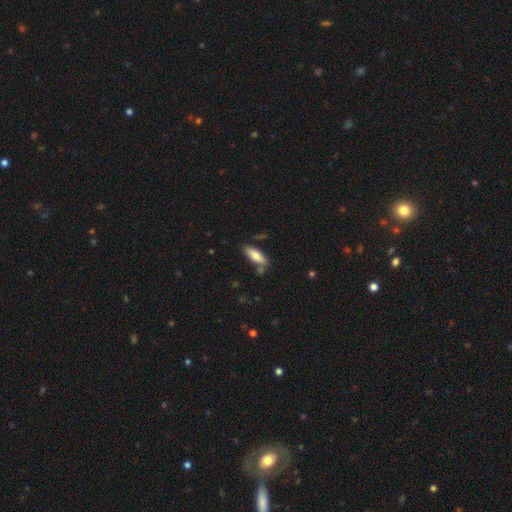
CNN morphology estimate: smooth-or-featured: smooth: 77% | featured or disk: 17% | star or artifact: 6%
  how-rounded: in between: 61% | cigar-shaped: 37% | round: 2%
  merging: none: 73% | minor disturbance: 16% | merger: 7% | major disturbance: 4%